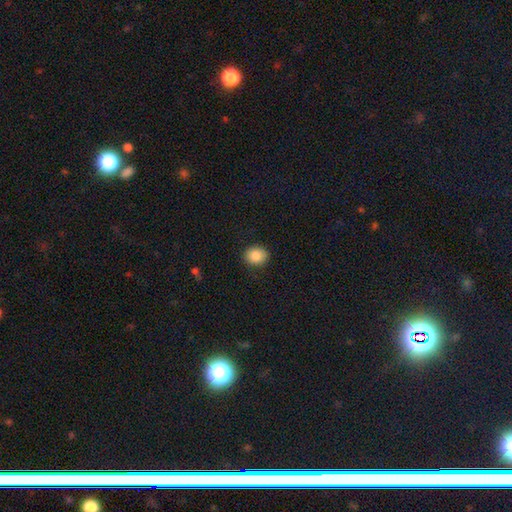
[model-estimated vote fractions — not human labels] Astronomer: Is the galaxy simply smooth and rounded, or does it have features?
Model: smooth — 87%.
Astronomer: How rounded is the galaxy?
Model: round — 61% (runner-up: in between, 38%).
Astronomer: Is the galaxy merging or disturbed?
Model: none — 87%.